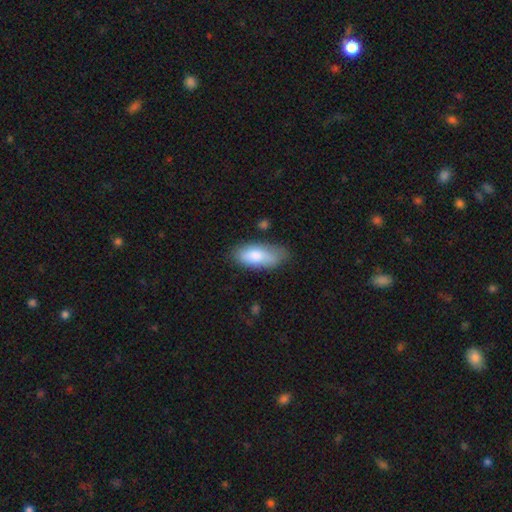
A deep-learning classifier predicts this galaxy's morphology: This is clearly a smooth galaxy (82%). How rounded: clearly in between (85%). Merging: possibly none (58%).